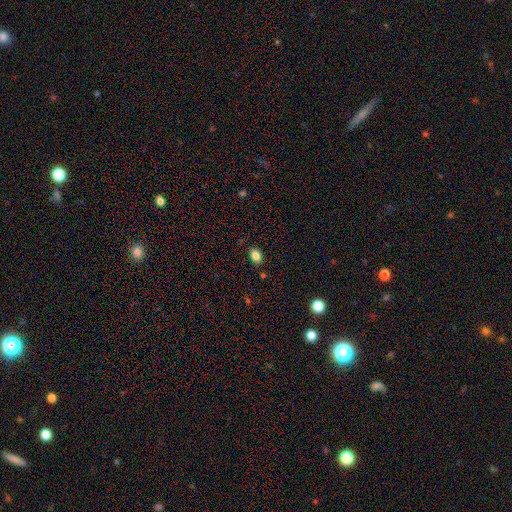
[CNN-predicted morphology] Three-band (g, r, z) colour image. It shows a smooth galaxy with no disk features (84%) that is in between round and cigar-shaped (78%). Merging: none (85%).